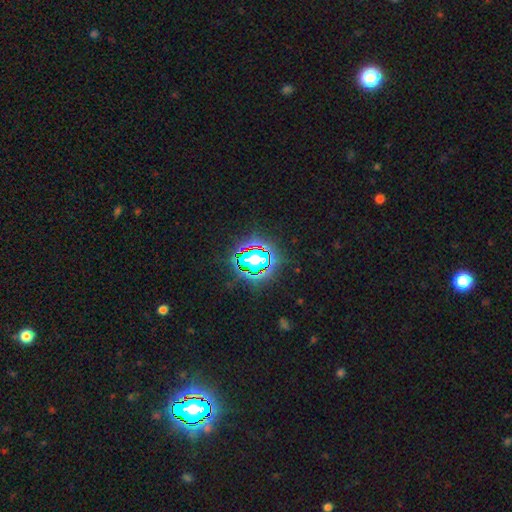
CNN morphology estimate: type=star or artifact (80%).